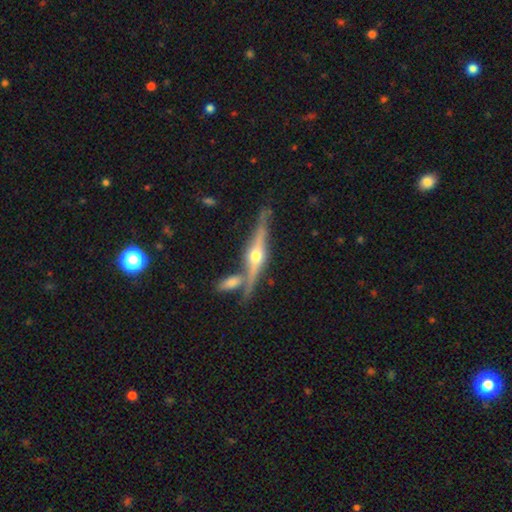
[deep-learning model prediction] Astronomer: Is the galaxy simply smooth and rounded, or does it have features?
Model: featured or disk — 82%.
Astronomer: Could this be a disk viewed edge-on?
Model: yes — 96%.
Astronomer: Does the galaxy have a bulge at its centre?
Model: rounded — 94%.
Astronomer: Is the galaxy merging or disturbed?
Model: none — 69%.